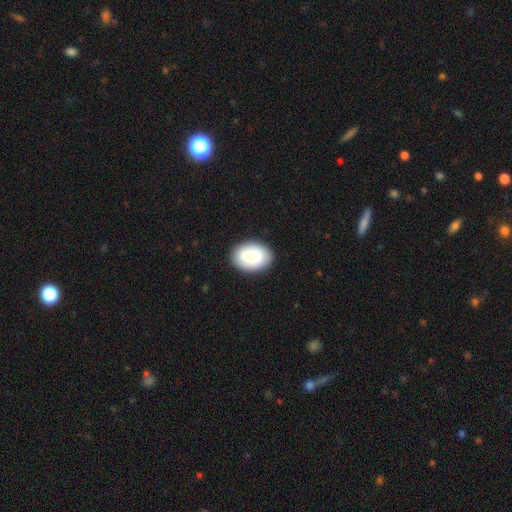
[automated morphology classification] Smooth or featured? Predicted: smooth (p=0.76). How rounded? Predicted: in between (p=0.82). Merging? Predicted: none (p=0.86).